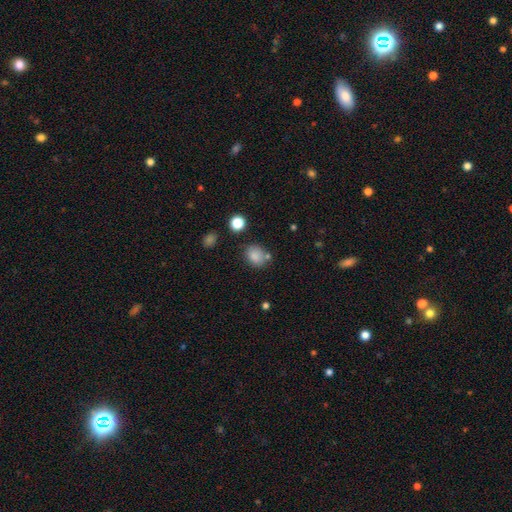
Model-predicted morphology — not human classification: smooth_or_featured: smooth (p=0.83) [alt: star or artifact p=0.11]
how_rounded: round (p=0.55) [alt: in between p=0.44]
merging: none (p=0.68) [alt: minor disturbance p=0.16]